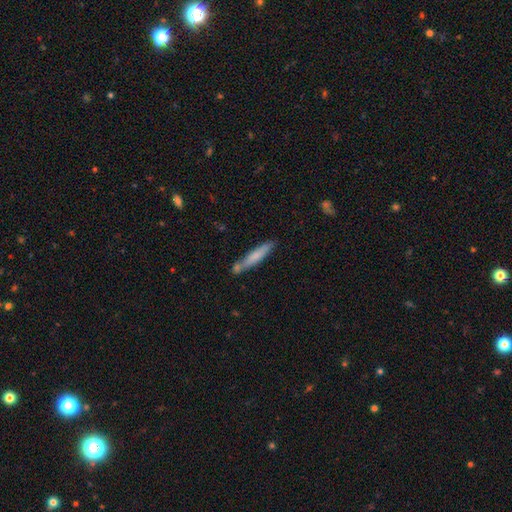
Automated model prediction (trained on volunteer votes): Smooth or featured? Predicted: smooth (p=0.68). How rounded? Predicted: cigar-shaped (p=0.92). Merging? Predicted: none (p=0.69).